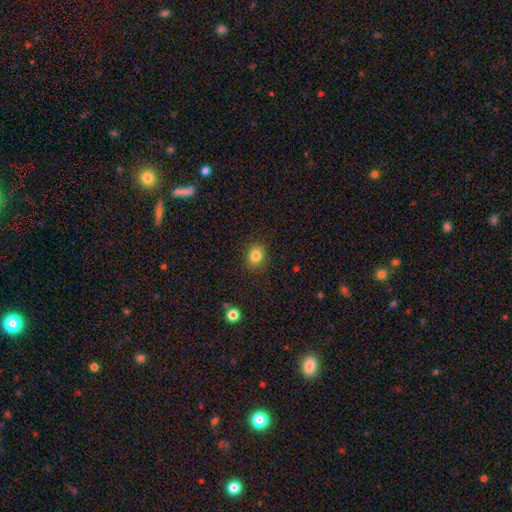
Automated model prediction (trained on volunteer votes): smooth-or-featured: smooth: 83% | star or artifact: 11% | featured or disk: 6%
  how-rounded: round: 60% | in between: 39% | cigar-shaped: 1%
  merging: none: 87% | minor disturbance: 9% | major disturbance: 2% | merger: 1%